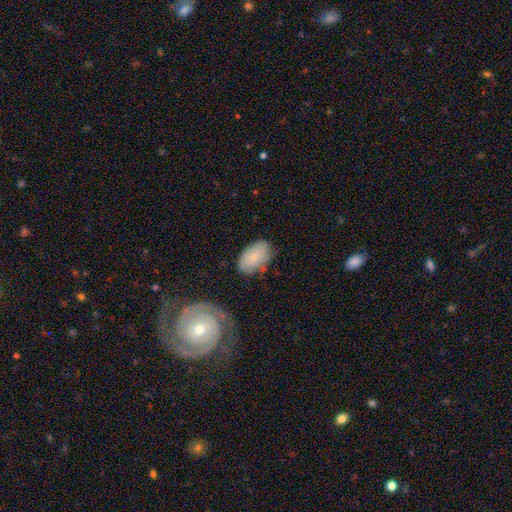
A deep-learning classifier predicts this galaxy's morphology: Smooth or featured: smooth — 72% (featured or disk — 21%)
How rounded: in between — 92% (round — 6%)
Merging: none — 65% (minor disturbance — 24%)